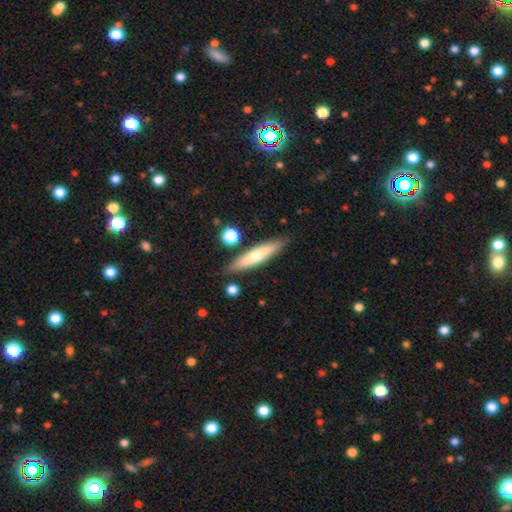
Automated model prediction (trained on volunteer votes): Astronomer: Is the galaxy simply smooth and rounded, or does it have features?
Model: smooth — 55% (runner-up: featured or disk, 39%).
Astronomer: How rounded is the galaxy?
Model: cigar-shaped — 81%.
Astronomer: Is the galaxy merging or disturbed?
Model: none — 84%.